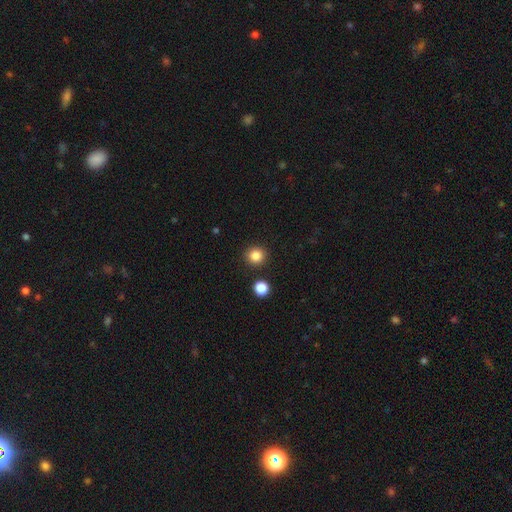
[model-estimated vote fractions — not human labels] Smooth or featured?
  - smooth: 85% *
  - star or artifact: 11%
  - featured or disk: 4%
How rounded?
  - round: 91% *
  - in between: 8%
  - cigar-shaped: 1%
Merging?
  - none: 90% *
  - minor disturbance: 5%
  - merger: 3%
  - major disturbance: 2%